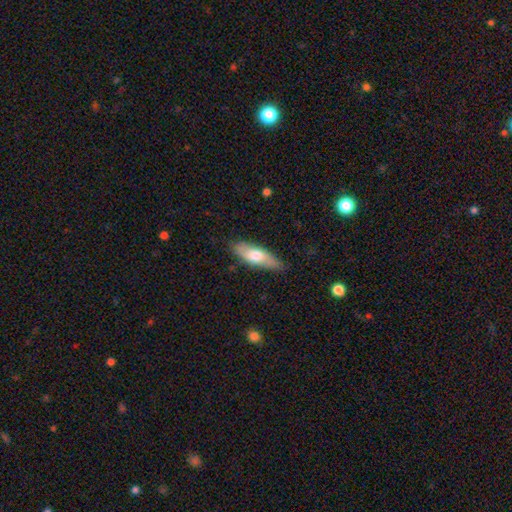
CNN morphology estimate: Overall: smooth (65%; featured or disk 29%). How rounded: in between (57%; cigar-shaped 40%). Merging: none (80%).